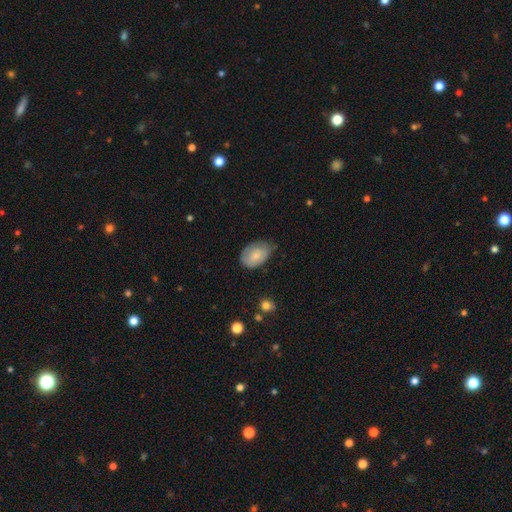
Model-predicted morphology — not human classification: This appears to be a smooth galaxy with no disk features (74%) that is in between round and cigar-shaped (88%). Merging: none (53%).